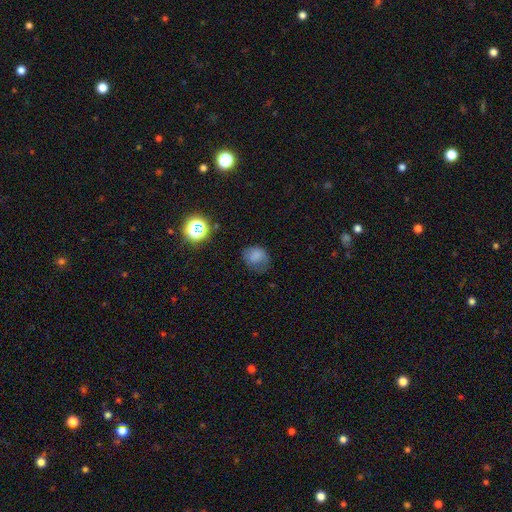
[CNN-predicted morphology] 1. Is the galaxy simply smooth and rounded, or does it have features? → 74% smooth, 15% star or artifact, 11% featured or disk.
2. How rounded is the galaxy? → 56% round, 43% in between, 1% cigar-shaped.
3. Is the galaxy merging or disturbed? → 57% none, 27% minor disturbance, 13% major disturbance, 2% merger.